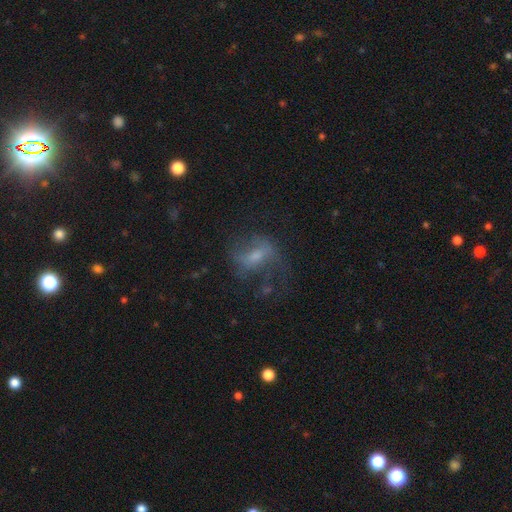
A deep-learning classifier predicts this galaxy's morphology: Q: Smooth or featured?
A: featured or disk (57%); runner-up: smooth (28%)
Q: Edge-on disk?
A: no (94%); runner-up: yes (6%)
Q: Bar?
A: weak (45%); runner-up: no (37%)
Q: Spiral arms?
A: yes (66%); runner-up: no (34%)
Q: Bulge size?
A: moderate (41%); runner-up: small (36%)
Q: Merging?
A: none (48%); runner-up: major disturbance (29%)